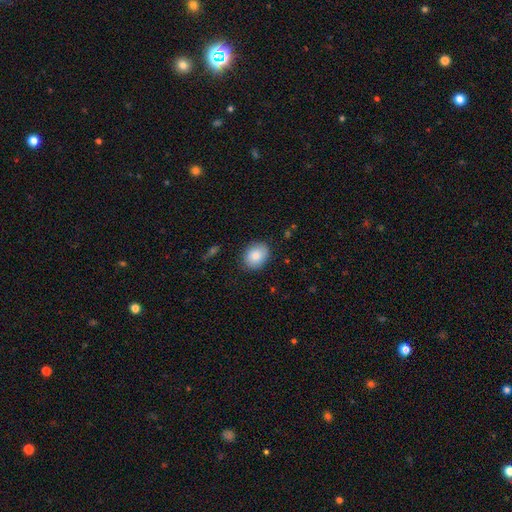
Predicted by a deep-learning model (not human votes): Smooth or featured: smooth — 84% (featured or disk — 9%)
How rounded: in between — 52% (round — 47%)
Merging: none — 84% (minor disturbance — 12%)